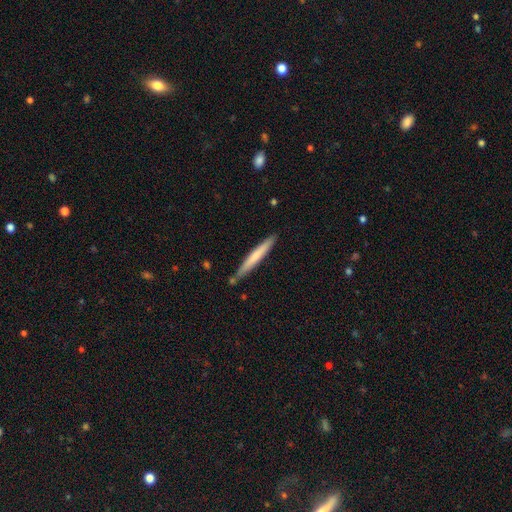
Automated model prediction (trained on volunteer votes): Smooth or featured: smooth — 62% (featured or disk — 33%)
How rounded: cigar-shaped — 96% (in between — 3%)
Merging: none — 85% (minor disturbance — 10%)